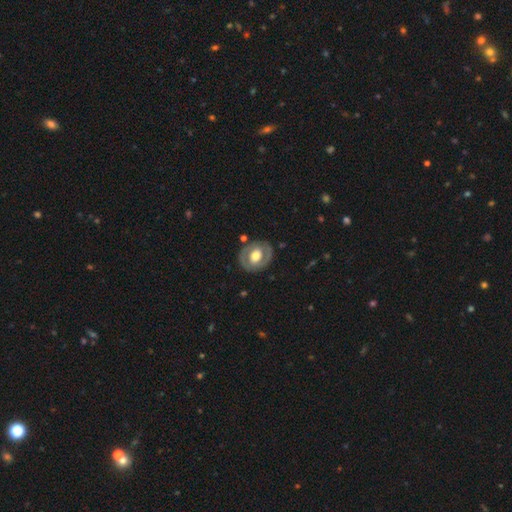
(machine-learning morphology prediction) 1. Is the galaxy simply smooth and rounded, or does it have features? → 56% featured or disk, 39% smooth, 5% star or artifact.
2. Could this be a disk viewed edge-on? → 95% no, 5% yes.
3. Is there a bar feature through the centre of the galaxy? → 65% no, 26% weak, 10% strong.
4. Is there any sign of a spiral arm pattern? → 67% no, 33% yes.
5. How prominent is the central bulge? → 57% moderate, 34% large, 6% small, 2% dominant, 1% none.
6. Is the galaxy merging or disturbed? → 80% none, 13% minor disturbance, 5% major disturbance, 2% merger.